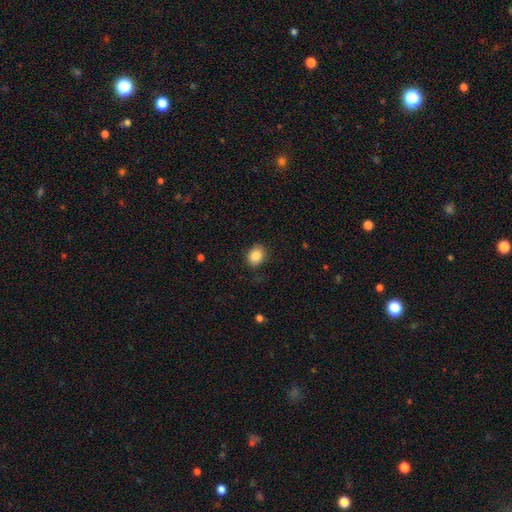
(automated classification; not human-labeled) Morphology: type=smooth (87%); roundness=round (52%); merging=none (83%).